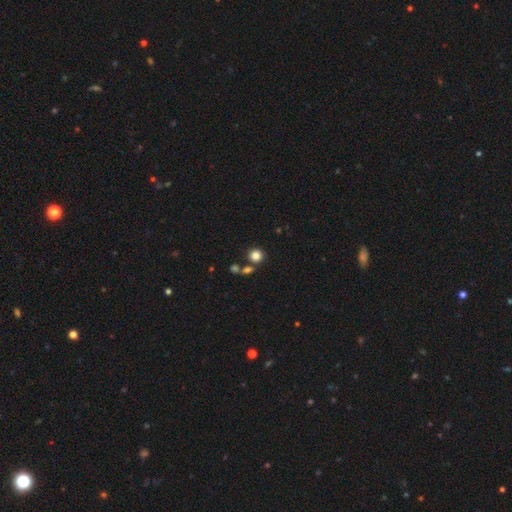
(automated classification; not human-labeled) A smooth galaxy with no disk features (83%) that is round (88%).

Vote fractions:
- Smooth or featured? smooth: 83% / star or artifact: 11% / featured or disk: 6%
- How rounded? round: 88% / in between: 11% / cigar-shaped: 1%
- Merging? none: 73% / merger: 15% / minor disturbance: 8% / major disturbance: 3%